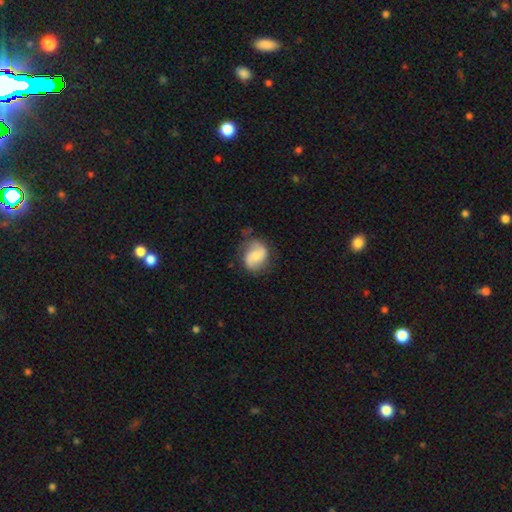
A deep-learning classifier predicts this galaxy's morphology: Q: Smooth or featured?
A: featured or disk (51%); runner-up: smooth (41%)
Q: Edge-on disk?
A: no (97%); runner-up: yes (3%)
Q: Merging?
A: none (65%); runner-up: minor disturbance (24%)